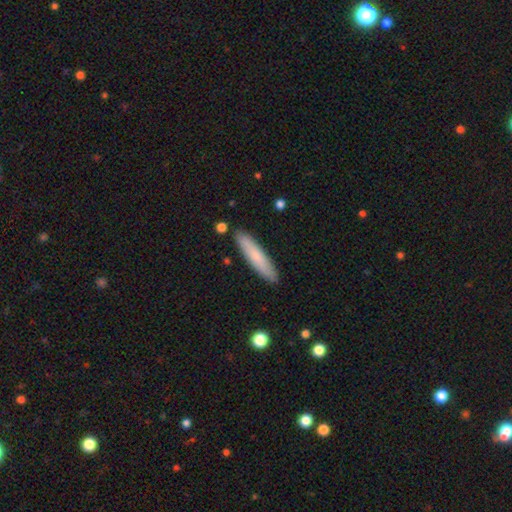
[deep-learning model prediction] Q: Smooth or featured?
A: smooth (75%); runner-up: featured or disk (19%)
Q: How rounded?
A: cigar-shaped (88%); runner-up: in between (11%)
Q: Merging?
A: none (88%); runner-up: minor disturbance (8%)